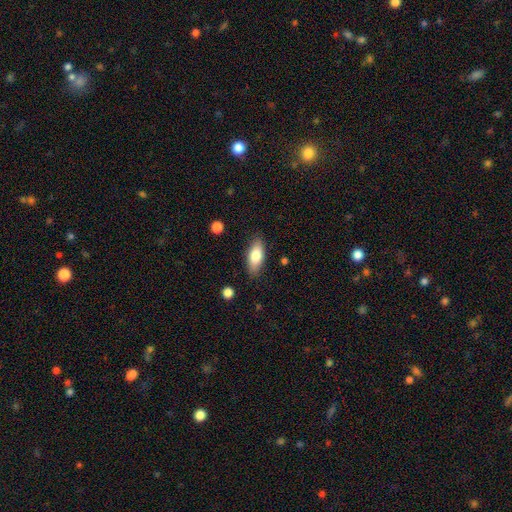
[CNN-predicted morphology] This is likely a smooth galaxy (79%). How rounded: clearly in between (81%). Merging: clearly none (84%).